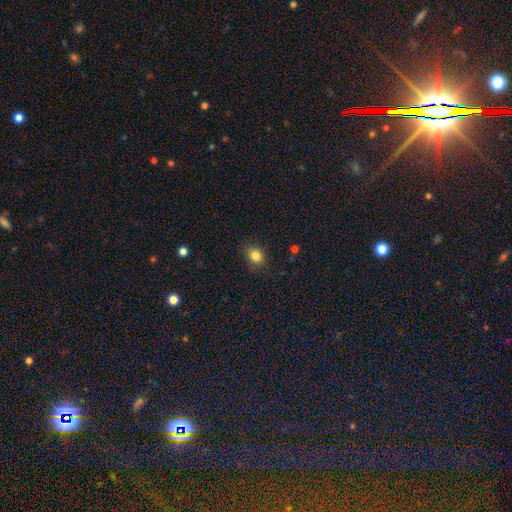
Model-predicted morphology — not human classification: type=smooth (82%); roundness=in between (55%); merging=none (84%).